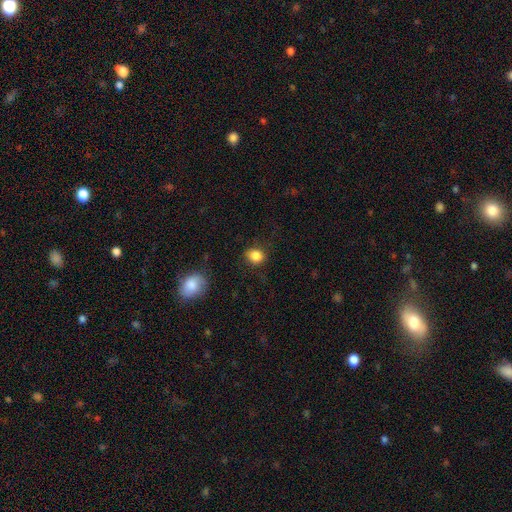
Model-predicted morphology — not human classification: A smooth galaxy with no disk features (85%) that is round (68%).

Vote fractions:
- Smooth or featured? smooth: 85% / star or artifact: 10% / featured or disk: 5%
- How rounded? round: 68% / in between: 31% / cigar-shaped: 1%
- Merging? none: 78% / minor disturbance: 16% / major disturbance: 4% / merger: 1%